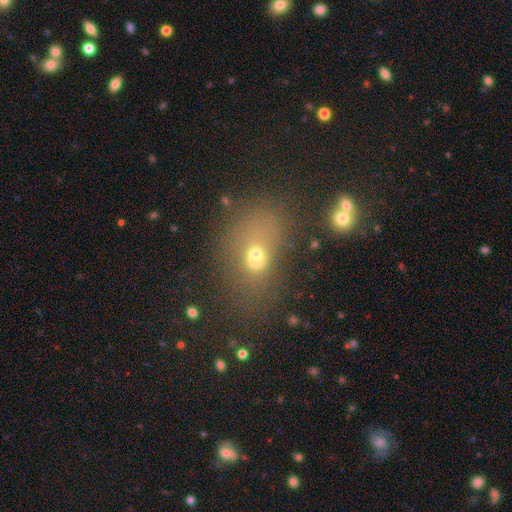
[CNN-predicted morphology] Smooth or featured?
  - smooth: 57% *
  - star or artifact: 24%
  - featured or disk: 19%
How rounded?
  - in between: 68% *
  - round: 29%
  - cigar-shaped: 3%
Merging?
  - none: 41% *
  - merger: 27%
  - minor disturbance: 16%
  - major disturbance: 15%